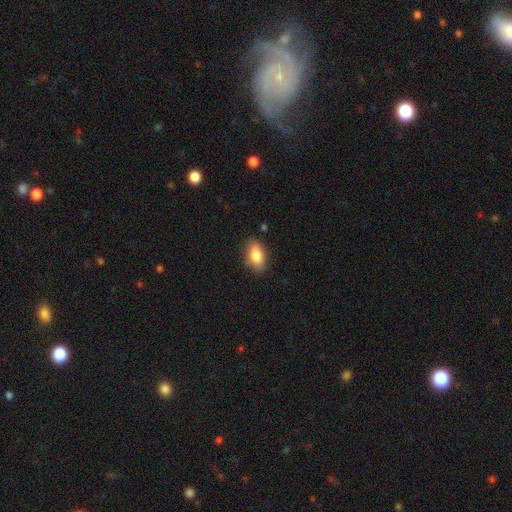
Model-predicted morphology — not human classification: smooth_or_featured: smooth (p=0.82) [alt: featured or disk p=0.11]
how_rounded: in between (p=0.88) [alt: round p=0.06]
merging: none (p=0.83) [alt: minor disturbance p=0.13]